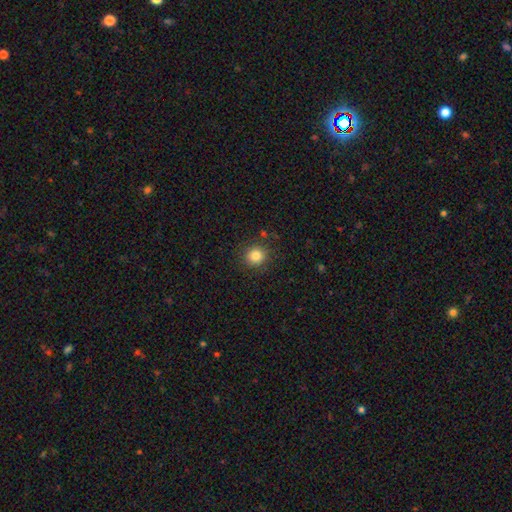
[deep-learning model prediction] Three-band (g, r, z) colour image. It shows a smooth galaxy with no disk features (83%) that is round (91%). Merging: none (88%).